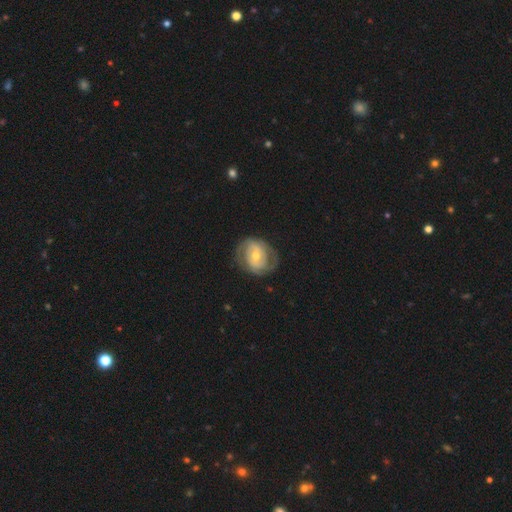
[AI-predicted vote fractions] Smooth or featured? featured or disk (77%)
Edge-on disk? no (97%)
Bar? no (46%)
Spiral arms? yes (85%)
Spiral winding? tight (51%)
Spiral arm count? 2 (71%)
Bulge size? moderate (57%)
Merging? none (72%)